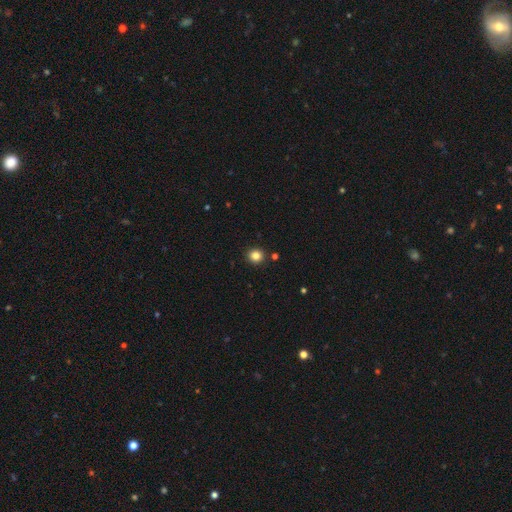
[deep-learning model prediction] A smooth galaxy with no disk features (83%) that is round (88%). Merging: none (91%).